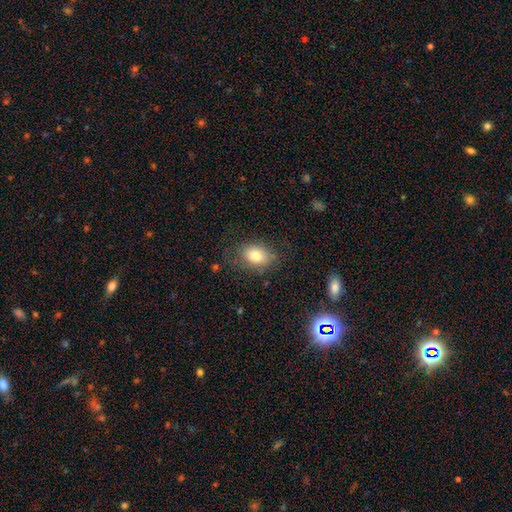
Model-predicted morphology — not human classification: This appears to be a smooth galaxy with no disk features (80%) that is in between round and cigar-shaped (76%). Merging: none (73%).